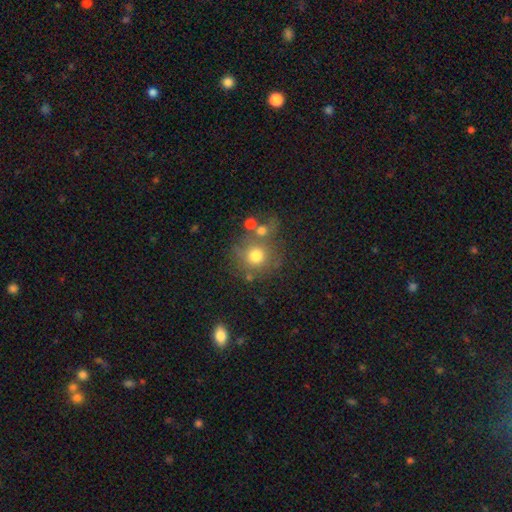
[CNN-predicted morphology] The model was most divided on "merging": none: 62%, merger: 19%, minor disturbance: 13%, major disturbance: 7%. More confident: how rounded — round (90%); smooth or featured — smooth (72%).